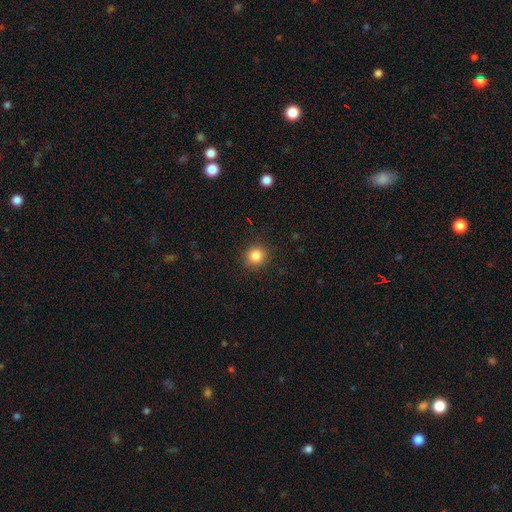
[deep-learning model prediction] smooth-or-featured: smooth: 85% | star or artifact: 11% | featured or disk: 4%
  how-rounded: round: 90% | in between: 9% | cigar-shaped: 1%
  merging: none: 89% | minor disturbance: 7% | major disturbance: 2% | merger: 1%